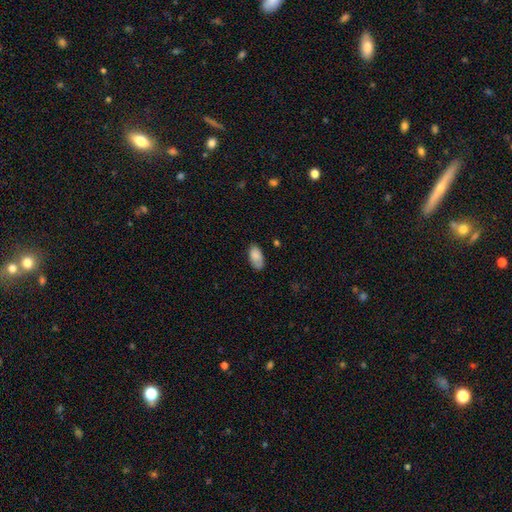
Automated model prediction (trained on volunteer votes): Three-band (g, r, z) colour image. It shows a smooth galaxy with no disk features (85%) that is in between round and cigar-shaped (94%). Merging: none (74%).